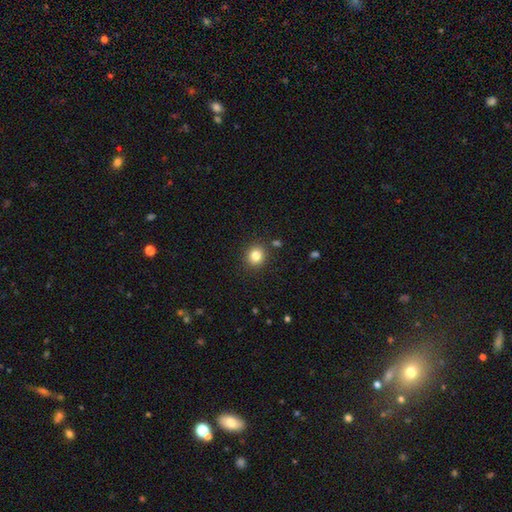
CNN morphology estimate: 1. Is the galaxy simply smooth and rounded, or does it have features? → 83% smooth, 11% star or artifact, 6% featured or disk.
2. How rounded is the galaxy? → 87% round, 12% in between, 1% cigar-shaped.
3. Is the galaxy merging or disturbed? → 88% none, 7% minor disturbance, 3% merger, 2% major disturbance.